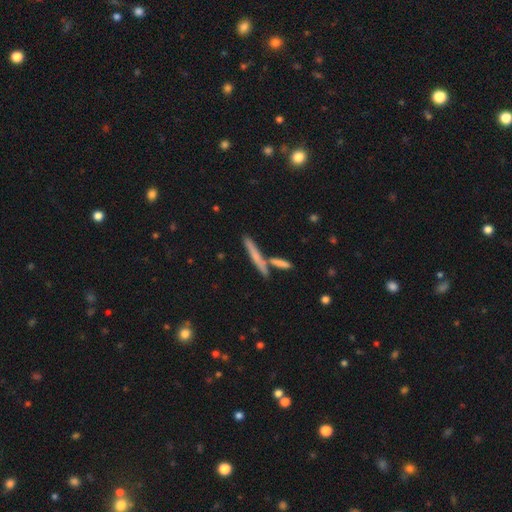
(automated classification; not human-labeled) Smooth or featured: smooth — 54% (featured or disk — 38%)
How rounded: cigar-shaped — 92% (in between — 5%)
Merging: none — 72% (merger — 16%)